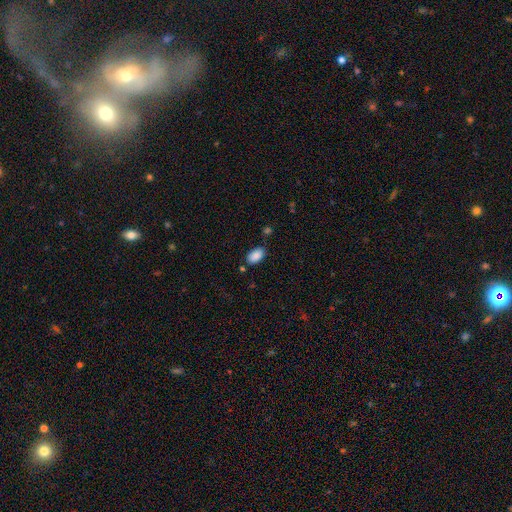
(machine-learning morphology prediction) type=smooth (89%); roundness=in between (93%); merging=none (78%).